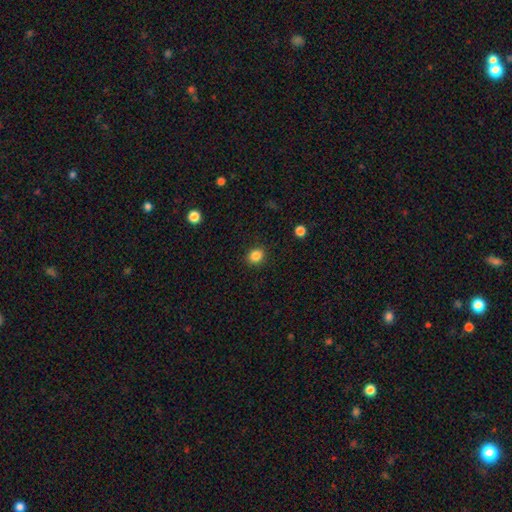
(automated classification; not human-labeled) smooth_or_featured: smooth (p=0.86) [alt: star or artifact p=0.11]
how_rounded: round (p=0.66) [alt: in between p=0.33]
merging: none (p=0.89) [alt: minor disturbance p=0.07]